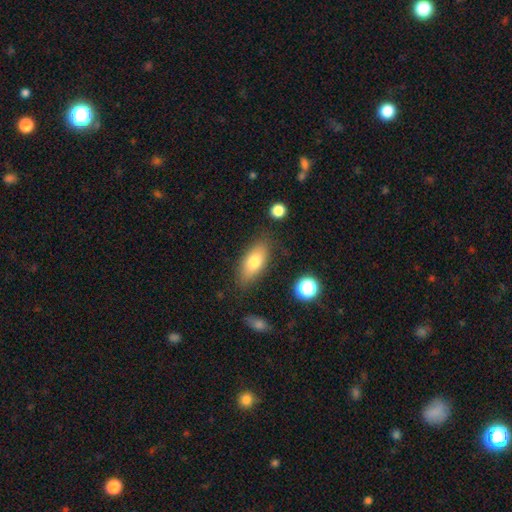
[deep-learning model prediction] smooth_or_featured: smooth (p=0.72) [alt: featured or disk p=0.20]
how_rounded: in between (p=0.78) [alt: cigar-shaped p=0.18]
merging: none (p=0.83) [alt: minor disturbance p=0.12]